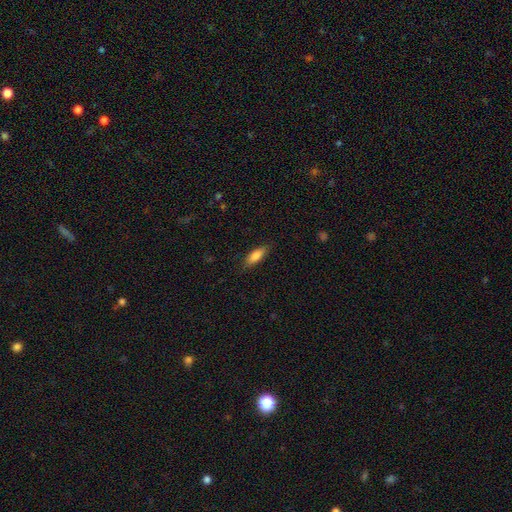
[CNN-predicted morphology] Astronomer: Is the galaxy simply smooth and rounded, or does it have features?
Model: smooth — 82%.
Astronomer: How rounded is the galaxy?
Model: in between — 64%.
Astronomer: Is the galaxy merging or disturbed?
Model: none — 83%.